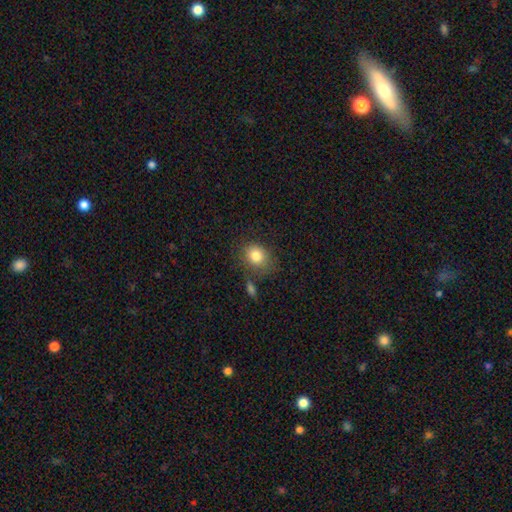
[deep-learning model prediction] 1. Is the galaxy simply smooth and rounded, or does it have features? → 82% smooth, 10% star or artifact, 9% featured or disk.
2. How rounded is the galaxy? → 56% round, 43% in between, 1% cigar-shaped.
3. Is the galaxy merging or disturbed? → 68% none, 18% minor disturbance, 8% merger, 7% major disturbance.